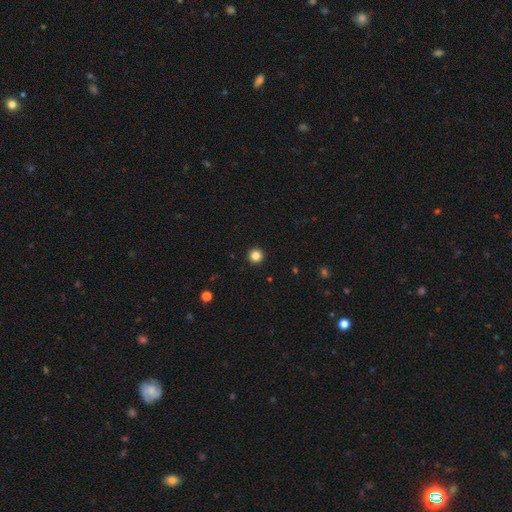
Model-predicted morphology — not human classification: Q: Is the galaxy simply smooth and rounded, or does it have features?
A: smooth — 84%.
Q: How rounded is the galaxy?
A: round — 96%.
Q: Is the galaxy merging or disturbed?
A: none — 94%.